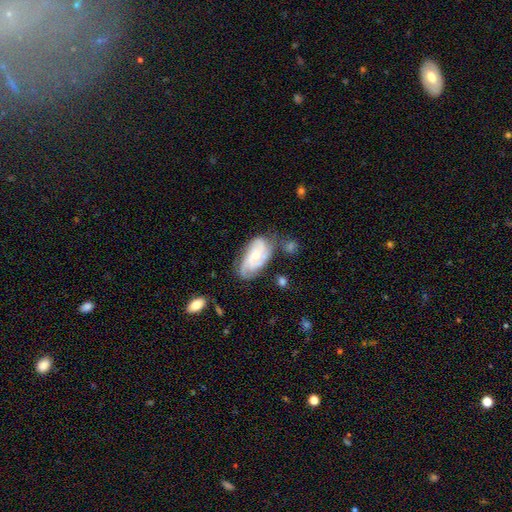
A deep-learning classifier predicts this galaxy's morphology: Smooth or featured?
  - featured or disk: 75% *
  - smooth: 18%
  - star or artifact: 6%
Edge-on disk?
  - no: 96% *
  - yes: 4%
Bar?
  - no: 66% *
  - weak: 28%
  - strong: 6%
Spiral arms?
  - yes: 94% *
  - no: 6%
Spiral winding?
  - tight: 51% *
  - medium: 37%
  - loose: 12%
Spiral arm count?
  - 3: 39% *
  - can't tell: 22%
  - 2: 20%
  - 4: 13%
  - 1: 4%
  - more than 4: 3%
Bulge size?
  - small: 47% * (tied)
  - moderate: 47% * (tied)
  - large: 2%
  - none: 2%
  - dominant: 1%
Merging?
  - none: 59% *
  - minor disturbance: 25%
  - major disturbance: 10%
  - merger: 5%